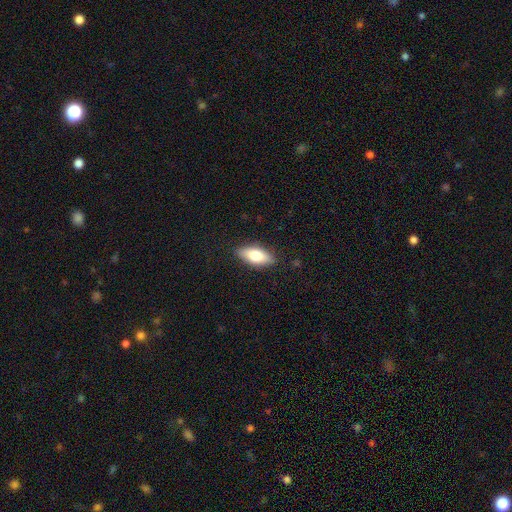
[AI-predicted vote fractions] Smooth or featured?
  - smooth: 74% *
  - featured or disk: 20%
  - star or artifact: 7%
How rounded?
  - in between: 81% *
  - cigar-shaped: 16%
  - round: 3%
Merging?
  - none: 86% *
  - minor disturbance: 11%
  - major disturbance: 2%
  - merger: 1%